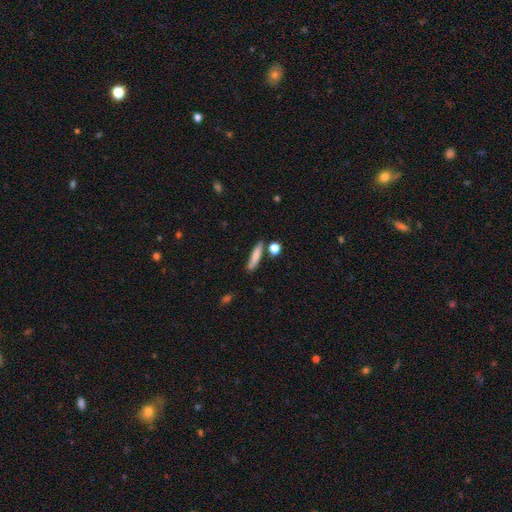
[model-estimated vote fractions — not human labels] smooth 77%, featured or disk 16%, star or artifact 7%. Down the decision tree: how rounded — cigar-shaped (82%); merging — none (76%).